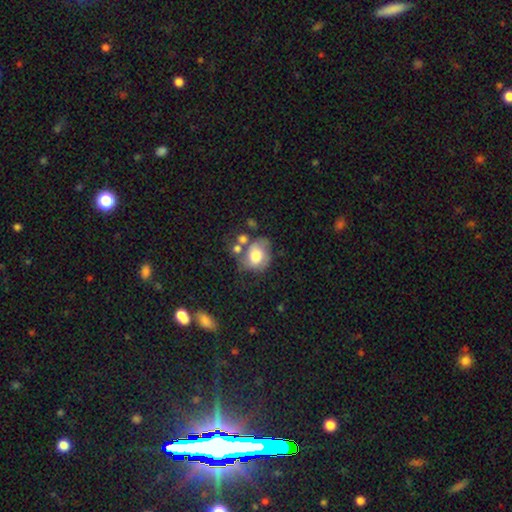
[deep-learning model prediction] smooth 53%, featured or disk 38%, star or artifact 8%. Down the decision tree: how rounded — in between (50%); merging — none (38%).